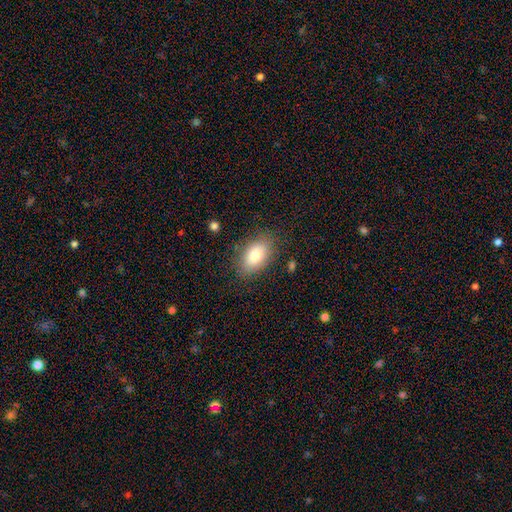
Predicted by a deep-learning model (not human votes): Smooth or featured?
  - smooth: 78% *
  - featured or disk: 14%
  - star or artifact: 8%
How rounded?
  - in between: 89% *
  - round: 9%
  - cigar-shaped: 2%
Merging?
  - none: 82% *
  - minor disturbance: 12%
  - major disturbance: 4%
  - merger: 2%